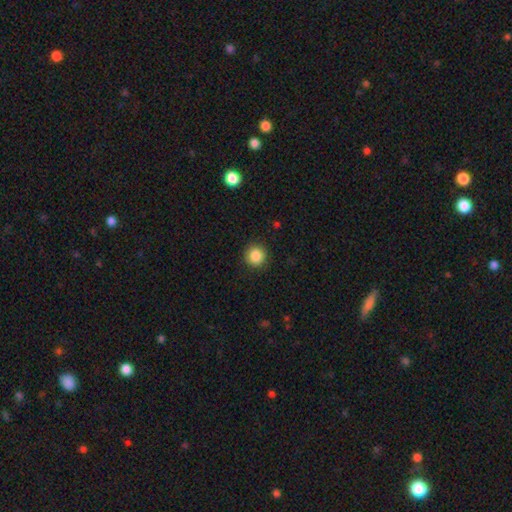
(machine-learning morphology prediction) The model was most divided on "smooth or featured": smooth: 87%, star or artifact: 9%, featured or disk: 4%. More confident: how rounded — round (93%); merging — none (90%).